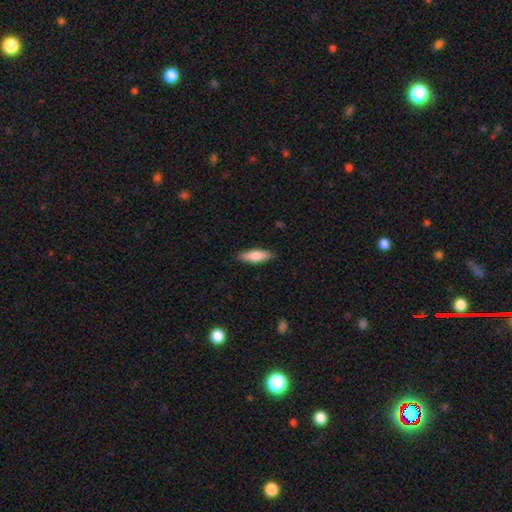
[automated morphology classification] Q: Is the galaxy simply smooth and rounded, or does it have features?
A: smooth — 79%.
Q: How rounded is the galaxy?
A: in between — 54%.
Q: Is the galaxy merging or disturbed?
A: none — 87%.